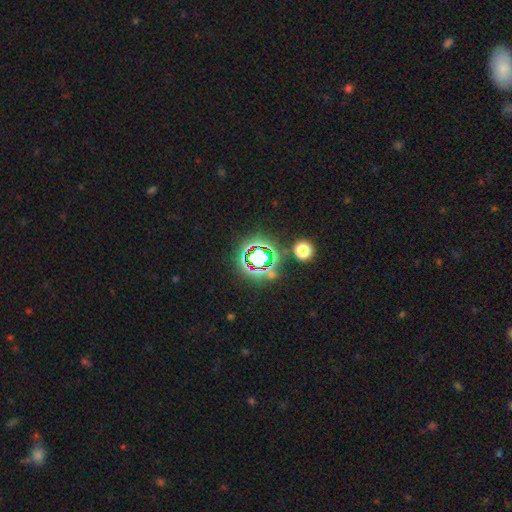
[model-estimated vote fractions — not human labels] A star or artifact, not a galaxy (70%).